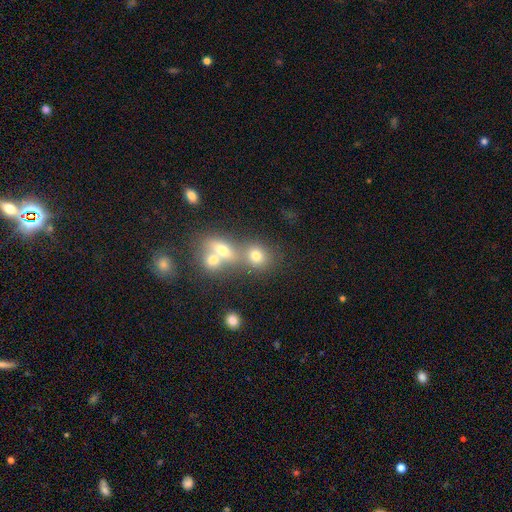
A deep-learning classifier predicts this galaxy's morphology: Q: Smooth or featured?
A: smooth (72%); runner-up: star or artifact (15%)
Q: How rounded?
A: round (71%); runner-up: in between (27%)
Q: Merging?
A: merger (44%); tied with: none (44%)